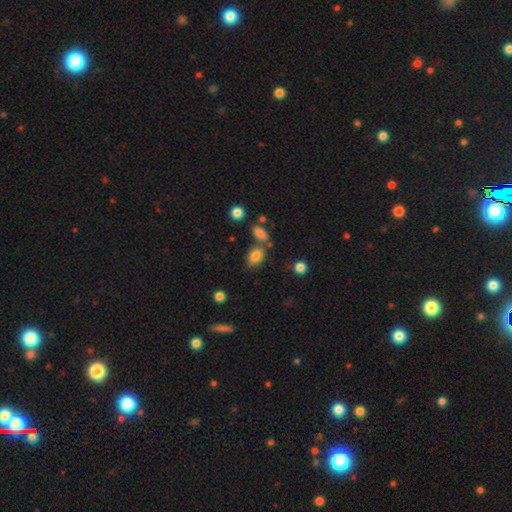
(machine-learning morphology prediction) Q: Smooth or featured?
A: smooth (81%); runner-up: star or artifact (10%)
Q: How rounded?
A: in between (85%); runner-up: round (13%)
Q: Merging?
A: none (62%); runner-up: merger (20%)